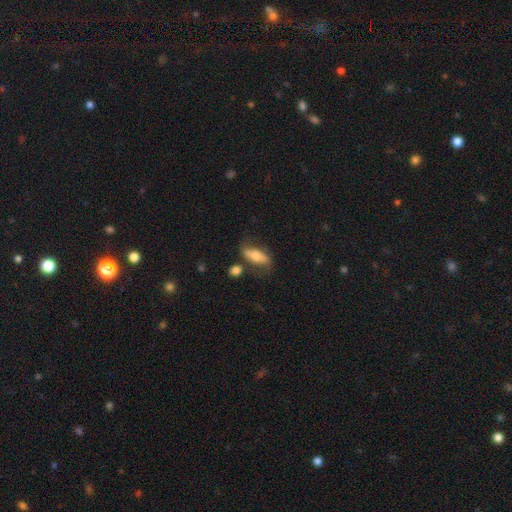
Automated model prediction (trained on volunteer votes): Smooth or featured?
  - smooth: 50% *
  - featured or disk: 42%
  - star or artifact: 7%
How rounded?
  - in between: 69% *
  - cigar-shaped: 26%
  - round: 5%
Merging?
  - none: 60% *
  - minor disturbance: 22%
  - major disturbance: 10%
  - merger: 8%